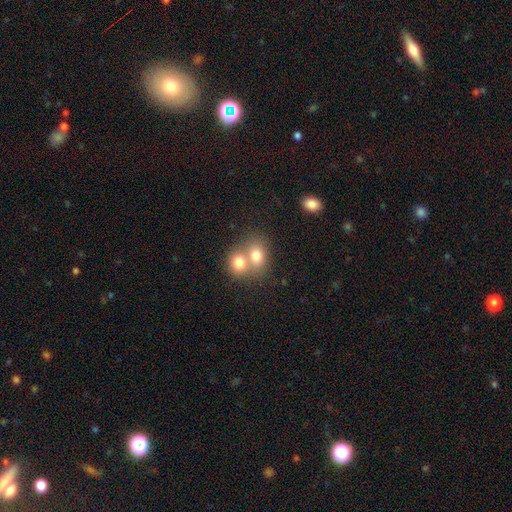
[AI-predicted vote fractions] smooth_or_featured: smooth (p=0.76) [alt: featured or disk p=0.15]
how_rounded: round (p=0.50) [alt: in between p=0.49]
merging: merger (p=0.65) [alt: none p=0.26]